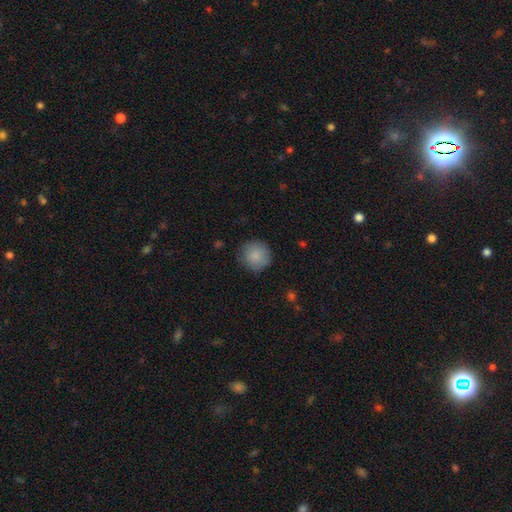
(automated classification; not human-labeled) Smooth or featured? Predicted: smooth (p=0.86). How rounded? Predicted: round (p=0.93). Merging? Predicted: none (p=0.84).